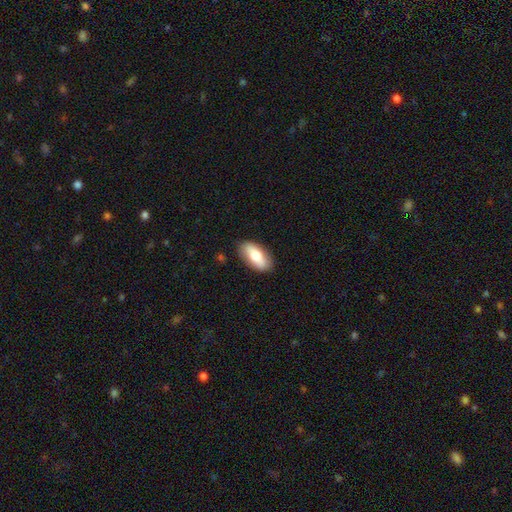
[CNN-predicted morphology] smooth 71%, featured or disk 23%, star or artifact 6%. Down the decision tree: how rounded — in between (87%); merging — none (86%).